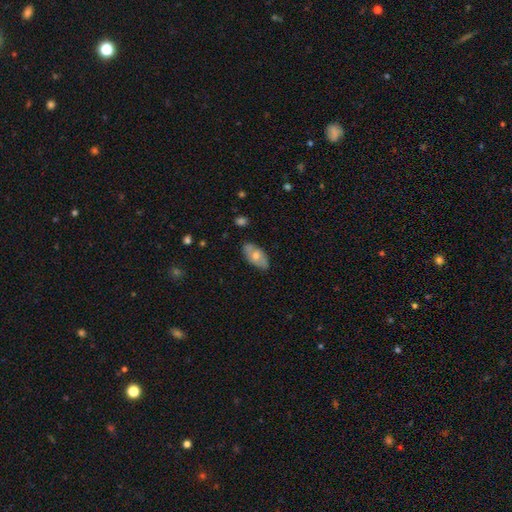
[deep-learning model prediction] smooth-or-featured: smooth: 52% | featured or disk: 40% | star or artifact: 7%
  how-rounded: in between: 91% | round: 5% | cigar-shaped: 4%
  merging: none: 82% | minor disturbance: 14% | major disturbance: 2% | merger: 1%